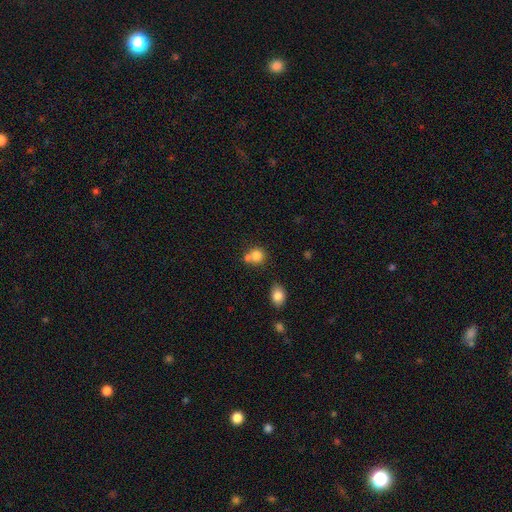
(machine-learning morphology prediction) smooth-or-featured: smooth: 79% | star or artifact: 11% | featured or disk: 10%
  how-rounded: round: 82% | in between: 17% | cigar-shaped: 1%
  merging: none: 49% | merger: 38% | minor disturbance: 9% | major disturbance: 3%